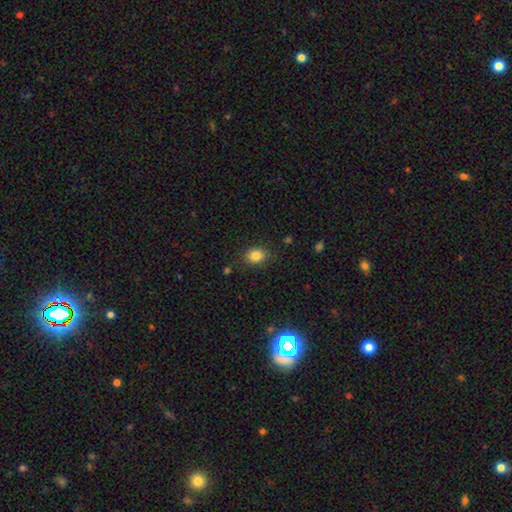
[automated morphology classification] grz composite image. It shows a smooth galaxy with no disk features (84%) that is in between round and cigar-shaped (52%). Merging: none (82%).